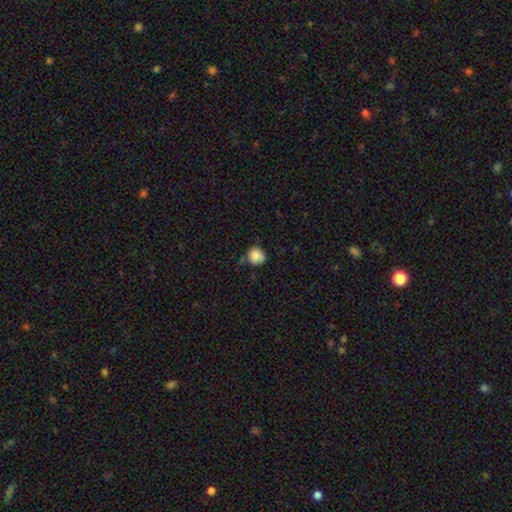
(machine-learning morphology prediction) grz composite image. It shows a smooth galaxy with no disk features (87%) that is round (88%). Merging: none (69%).